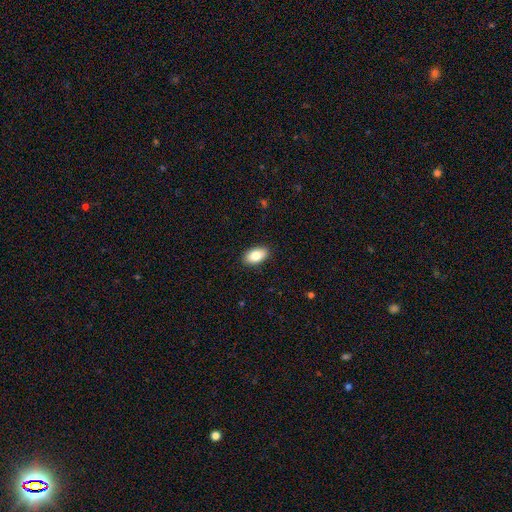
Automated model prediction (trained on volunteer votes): This appears to be a smooth galaxy with no disk features (85%) that is in between round and cigar-shaped (94%). Merging: none (90%).